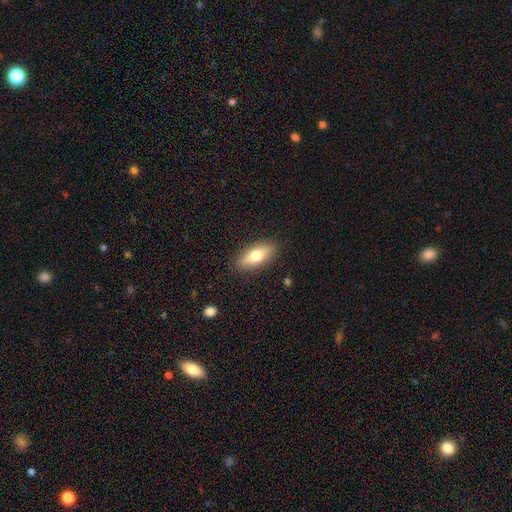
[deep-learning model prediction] Smooth or featured? Predicted: smooth (p=0.62). How rounded? Predicted: in between (p=0.66). Merging? Predicted: none (p=0.88).